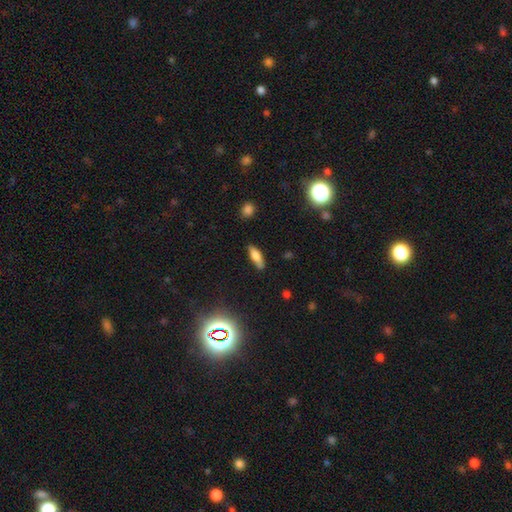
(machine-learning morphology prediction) smooth 66%, featured or disk 24%, star or artifact 10%. Down the decision tree: how rounded — in between (53%); merging — none (76%).